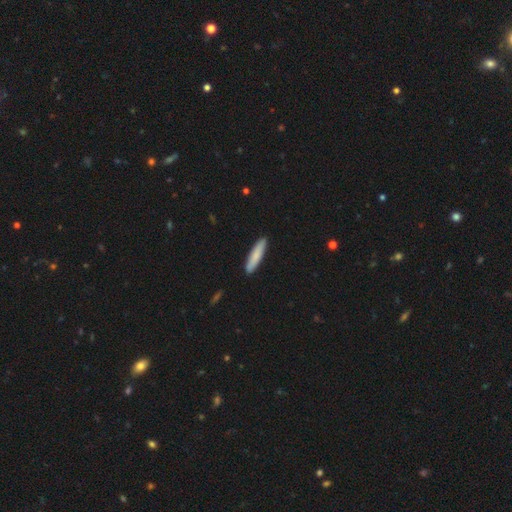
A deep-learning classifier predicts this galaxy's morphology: type=smooth (82%); roundness=cigar-shaped (86%); merging=none (91%).